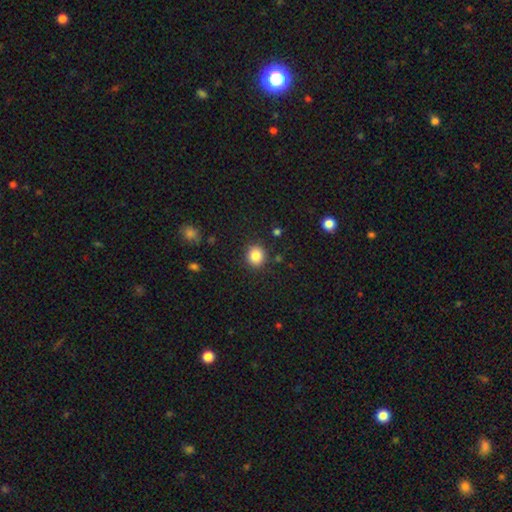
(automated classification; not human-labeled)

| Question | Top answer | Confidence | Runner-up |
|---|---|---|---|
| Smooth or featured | smooth | 85% | star or artifact (10%) |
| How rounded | round | 86% | in between (14%) |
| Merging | none | 89% | minor disturbance (7%) |